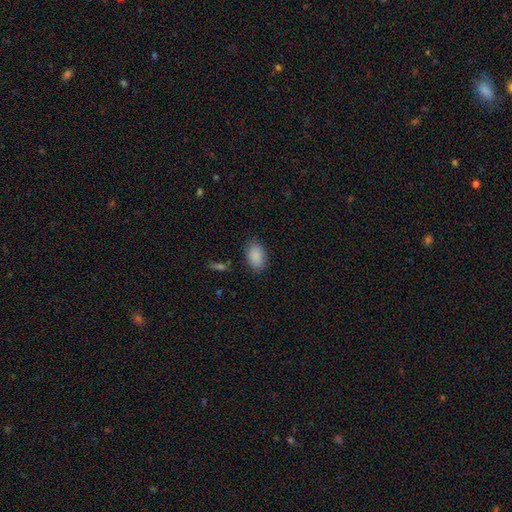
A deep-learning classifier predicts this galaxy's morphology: smooth_or_featured: smooth (p=0.89) [alt: star or artifact p=0.07]
how_rounded: in between (p=0.88) [alt: round p=0.10]
merging: none (p=0.83) [alt: minor disturbance p=0.13]